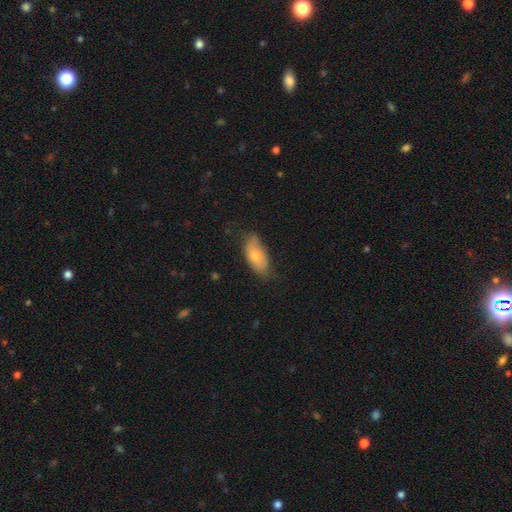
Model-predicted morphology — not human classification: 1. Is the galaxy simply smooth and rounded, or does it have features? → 73% smooth, 20% featured or disk, 7% star or artifact.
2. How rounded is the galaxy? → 91% in between, 6% cigar-shaped, 3% round.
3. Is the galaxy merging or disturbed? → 64% none, 28% minor disturbance, 6% major disturbance, 2% merger.